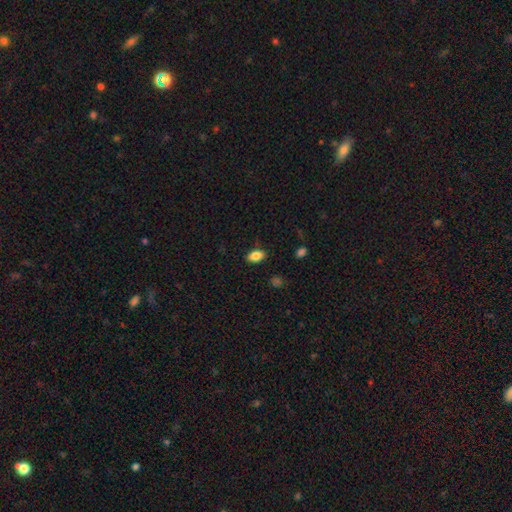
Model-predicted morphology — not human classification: Smooth or featured? smooth (85%)
How rounded? in between (89%)
Merging? none (86%)